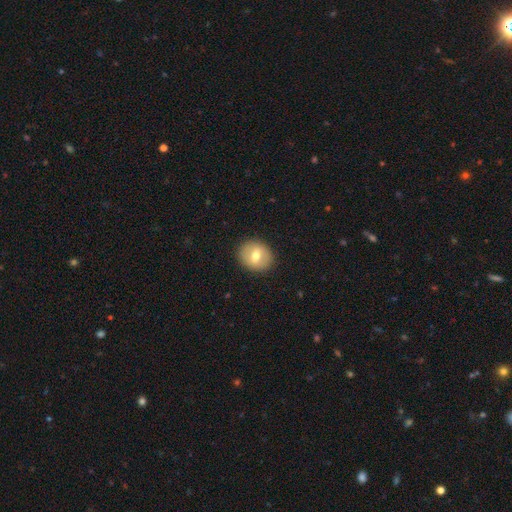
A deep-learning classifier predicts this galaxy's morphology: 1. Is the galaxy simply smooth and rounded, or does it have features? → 64% smooth, 29% featured or disk, 8% star or artifact.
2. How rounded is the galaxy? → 71% round, 28% in between, 1% cigar-shaped.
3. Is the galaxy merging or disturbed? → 89% none, 8% minor disturbance, 2% major disturbance, 1% merger.